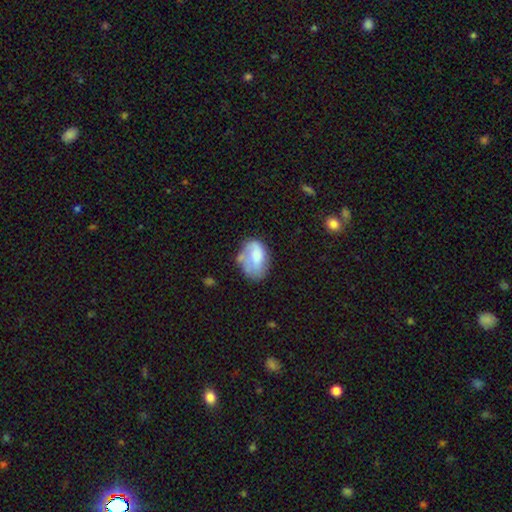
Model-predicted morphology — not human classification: smooth_or_featured: smooth (p=0.63) [alt: featured or disk p=0.30]
how_rounded: in between (p=0.81) [alt: round p=0.18]
merging: none (p=0.41) [alt: minor disturbance p=0.31]